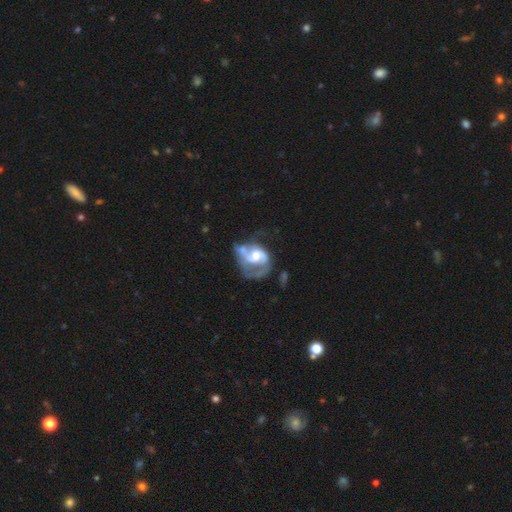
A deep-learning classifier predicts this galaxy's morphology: featured or disk 80%, smooth 15%, star or artifact 6%. Down the decision tree: edge-on disk — no (98%); bar — no (56%); spiral arms — yes (86%); spiral arm count — 2 (58%); spiral winding — medium (45%); bulge size — moderate (62%); merging — major disturbance (38%).